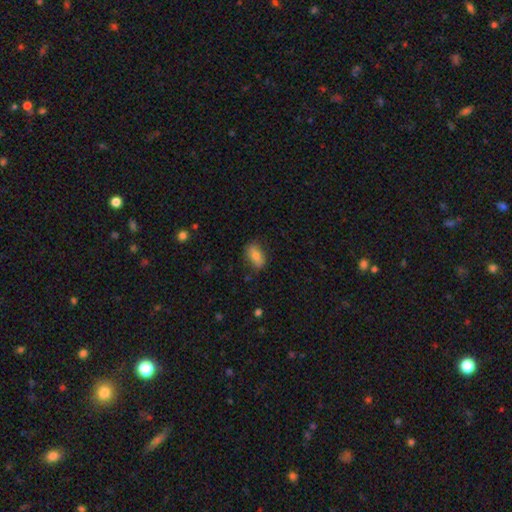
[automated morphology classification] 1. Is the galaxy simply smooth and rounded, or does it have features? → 75% smooth, 17% featured or disk, 8% star or artifact.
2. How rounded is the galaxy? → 88% in between, 6% round, 6% cigar-shaped.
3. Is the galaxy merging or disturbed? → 79% none, 16% minor disturbance, 3% major disturbance, 1% merger.